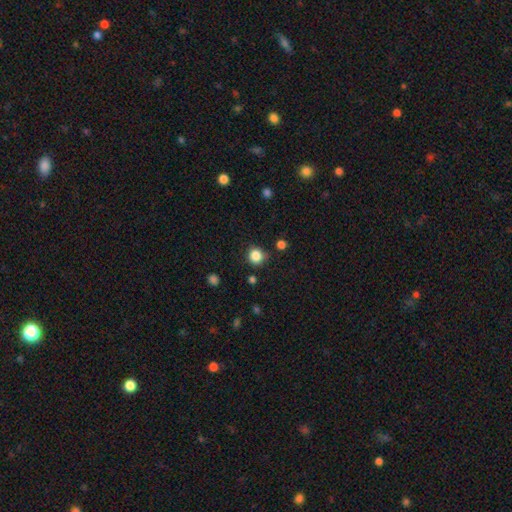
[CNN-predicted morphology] smooth-or-featured: smooth: 85% | star or artifact: 12% | featured or disk: 4%
  how-rounded: round: 90% | in between: 9% | cigar-shaped: 1%
  merging: none: 81% | minor disturbance: 12% | merger: 4% | major disturbance: 3%